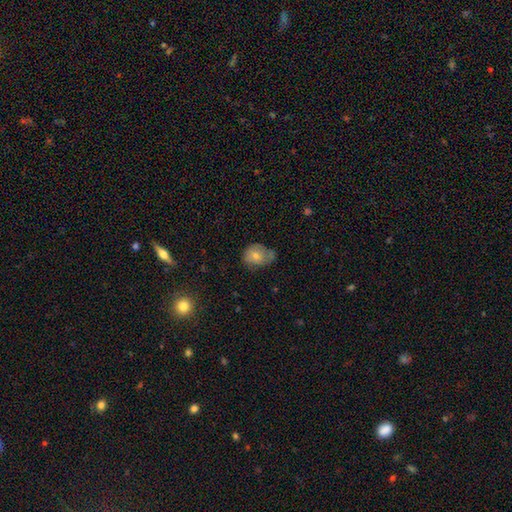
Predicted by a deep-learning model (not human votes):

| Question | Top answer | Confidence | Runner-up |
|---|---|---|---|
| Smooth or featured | smooth | 60% | featured or disk (28%) |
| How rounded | in between | 54% | round (44%) |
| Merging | none | 50% | minor disturbance (35%) |